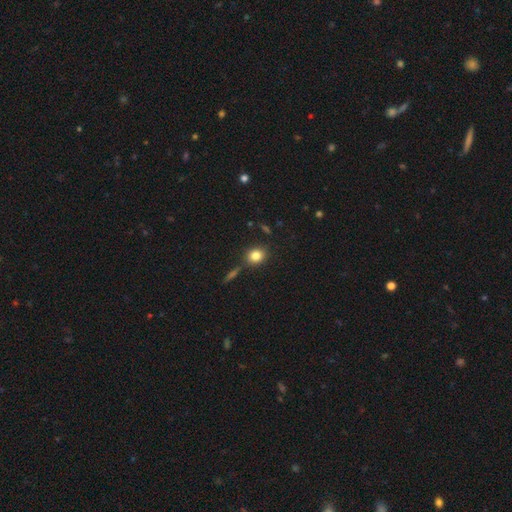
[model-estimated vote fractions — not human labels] This is clearly a smooth galaxy (81%). How rounded: likely round (68%). Merging: clearly none (80%).